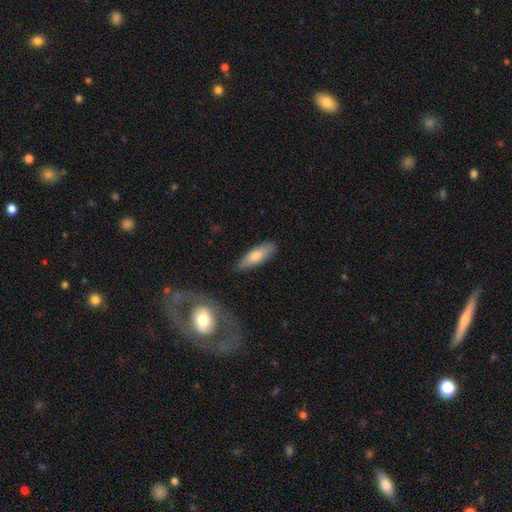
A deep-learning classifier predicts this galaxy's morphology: type=smooth (70%); roundness=in between (50%); merging=none (85%).